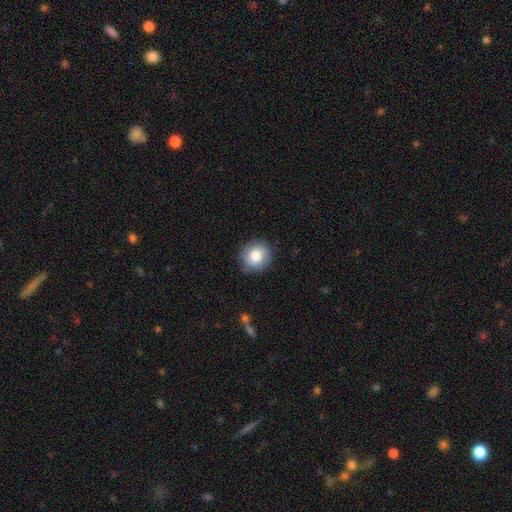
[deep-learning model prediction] The model was most divided on "smooth or featured": smooth: 80%, featured or disk: 12%, star or artifact: 8%. More confident: how rounded — round (86%); merging — none (83%).